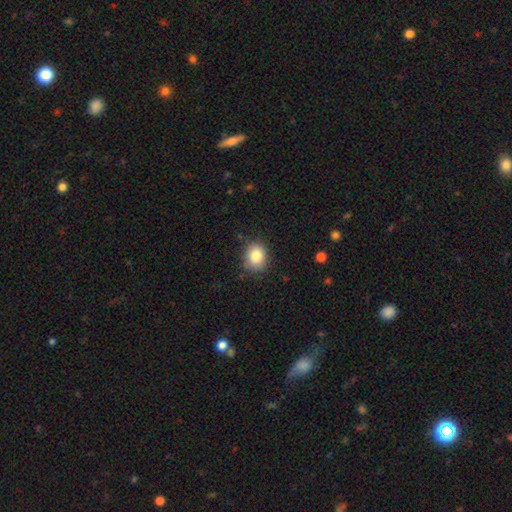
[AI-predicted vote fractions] This appears to be a smooth galaxy with no disk features (84%) that is round (60%). Merging: none (83%).